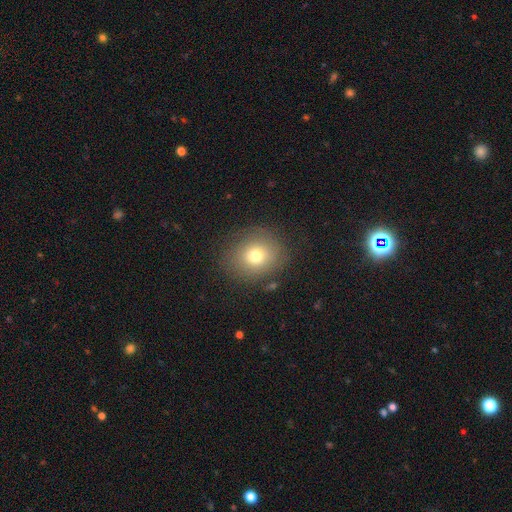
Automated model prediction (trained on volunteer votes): The model was most divided on "how rounded": round: 74%, in between: 25%, cigar-shaped: 1%. More confident: merging — none (81%); smooth or featured — smooth (73%).